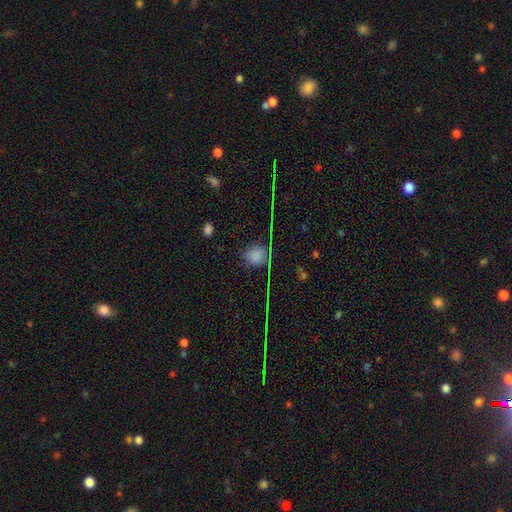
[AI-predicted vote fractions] This appears to be a smooth galaxy with no disk features (65%) that is round (73%). Merging: none (78%).